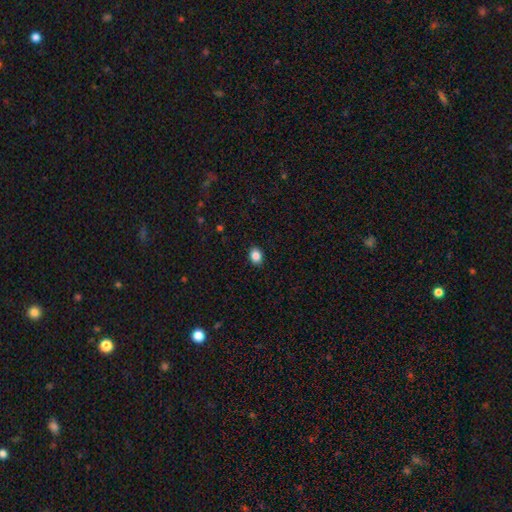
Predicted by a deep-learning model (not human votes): A smooth galaxy with no disk features (86%) that is in between round and cigar-shaped (60%). Merging: none (90%).